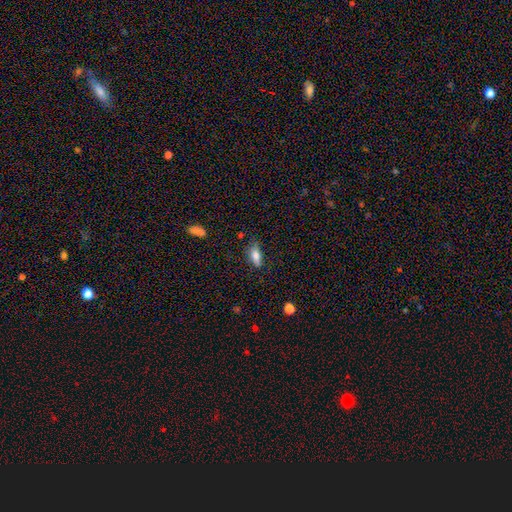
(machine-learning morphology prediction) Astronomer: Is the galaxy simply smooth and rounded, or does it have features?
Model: smooth — 80%.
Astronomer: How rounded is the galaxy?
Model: in between — 78%.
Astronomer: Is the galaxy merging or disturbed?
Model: none — 69%.